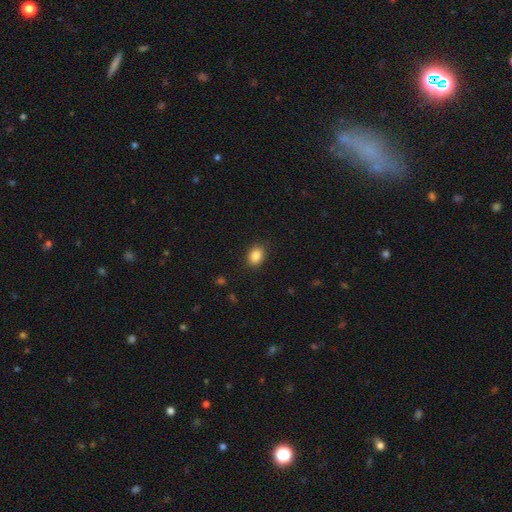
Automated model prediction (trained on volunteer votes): smooth 86%, star or artifact 9%, featured or disk 5%. Down the decision tree: how rounded — in between (67%); merging — none (88%).